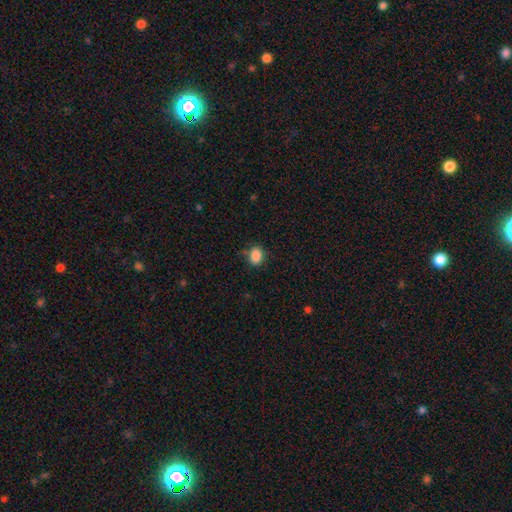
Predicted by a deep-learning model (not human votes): A smooth galaxy with no disk features (87%) that is in between round and cigar-shaped (72%).

Vote fractions:
- Smooth or featured? smooth: 87% / star or artifact: 9% / featured or disk: 3%
- How rounded? in between: 72% / round: 27% / cigar-shaped: 1%
- Merging? none: 81% / minor disturbance: 14% / major disturbance: 3% / merger: 2%